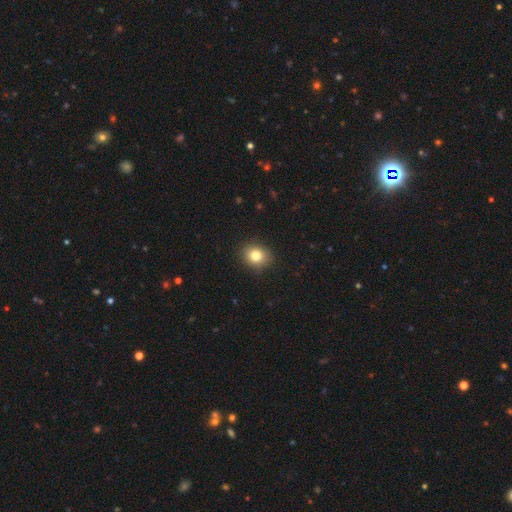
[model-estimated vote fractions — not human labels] smooth 81%, star or artifact 11%, featured or disk 8%. Down the decision tree: how rounded — round (66%); merging — none (88%).